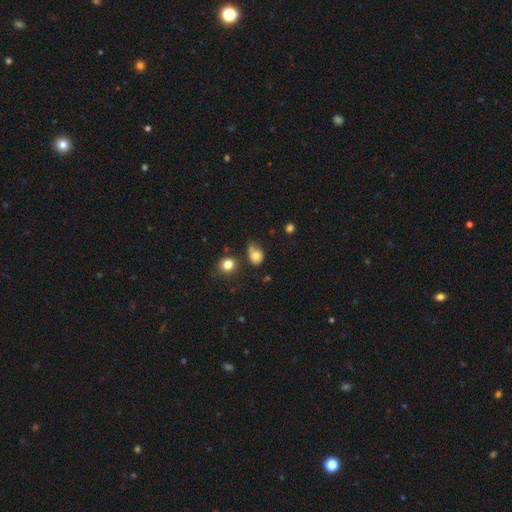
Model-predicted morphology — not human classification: A smooth galaxy with no disk features (76%) that is round (53%). Merging: none (43%).